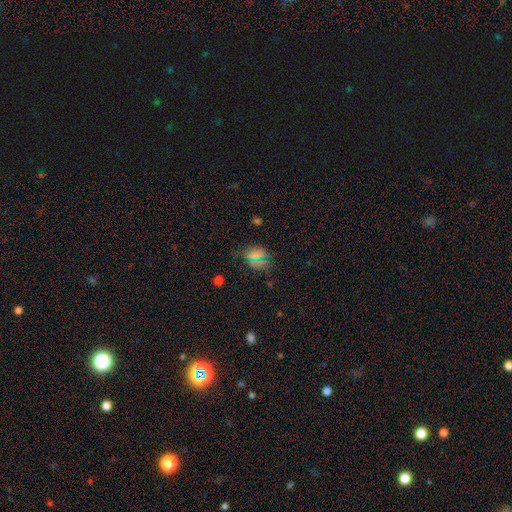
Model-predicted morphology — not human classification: Smooth or featured? smooth (62%)
How rounded? in between (55%)
Merging? none (76%)